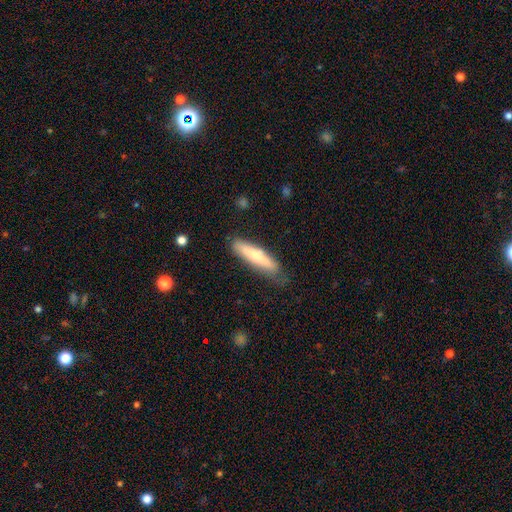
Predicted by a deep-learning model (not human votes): Overall: smooth (69%). How rounded: cigar-shaped (84%). Merging: none (73%).